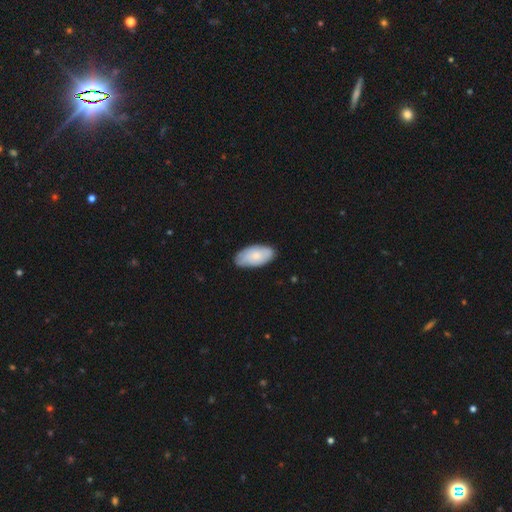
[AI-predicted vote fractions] Smooth or featured?
  - smooth: 65% *
  - featured or disk: 30%
  - star or artifact: 5%
How rounded?
  - in between: 95% *
  - cigar-shaped: 3%
  - round: 2%
Merging?
  - none: 75% *
  - minor disturbance: 21%
  - major disturbance: 3%
  - merger: 1%